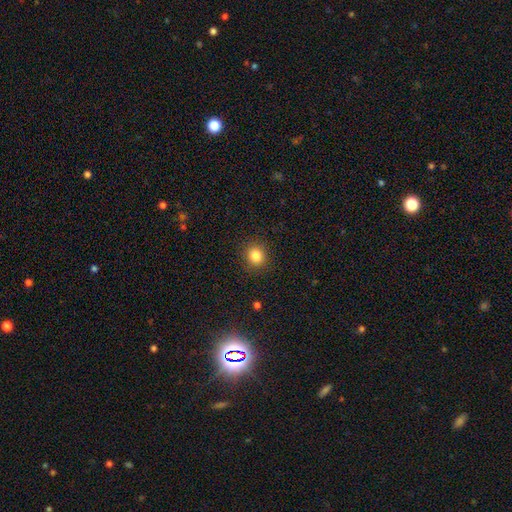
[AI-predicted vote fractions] Smooth or featured? Predicted: smooth (p=0.83). How rounded? Predicted: round (p=0.86). Merging? Predicted: none (p=0.90).